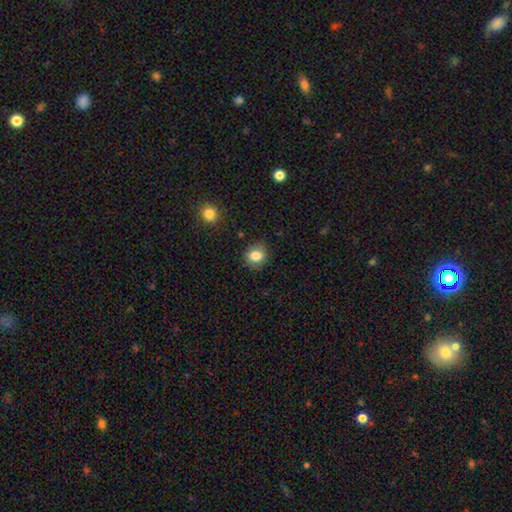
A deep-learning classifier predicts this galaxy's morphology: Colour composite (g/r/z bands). It shows a smooth galaxy with no disk features (83%) that is round (71%). Merging: none (81%).